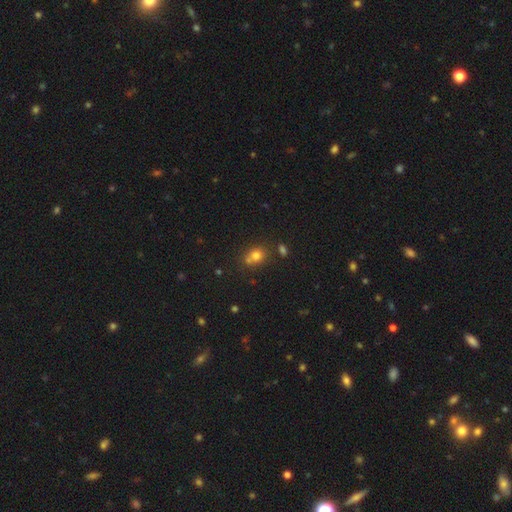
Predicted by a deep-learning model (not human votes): Smooth or featured: smooth — 74% (star or artifact — 16%)
How rounded: round — 69% (in between — 30%)
Merging: none — 55% (merger — 29%)